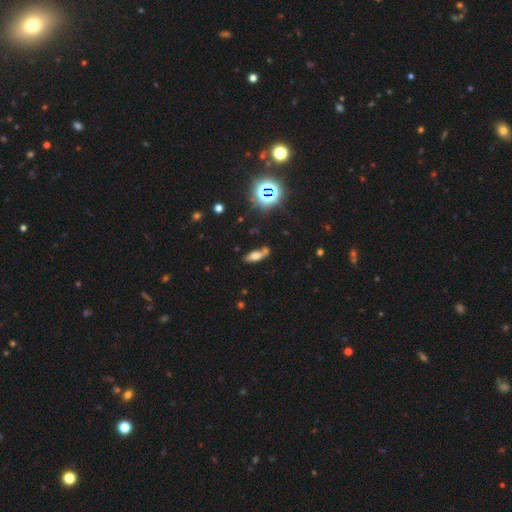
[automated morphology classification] smooth 56%, featured or disk 27%, star or artifact 17%. Down the decision tree: how rounded — in between (67%); merging — none (56%).